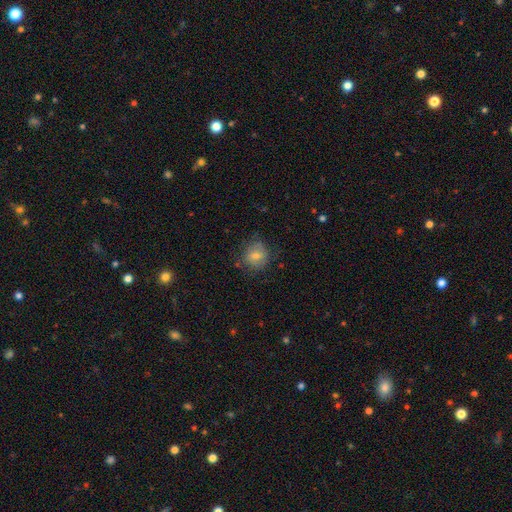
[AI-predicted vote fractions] A smooth galaxy with no disk features (68%) that is round (80%). Merging: none (76%).